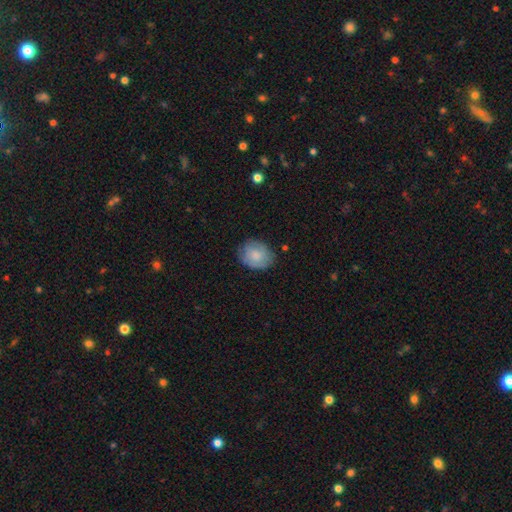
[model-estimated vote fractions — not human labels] The model was most divided on "how rounded": round: 52%, in between: 47%, cigar-shaped: 1%. More confident: merging — none (75%); smooth or featured — smooth (73%).